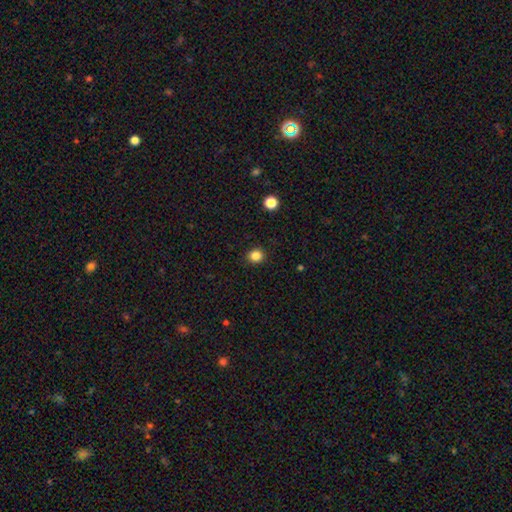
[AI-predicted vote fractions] smooth-or-featured: smooth: 84% | star or artifact: 12% | featured or disk: 4%
  how-rounded: round: 86% | in between: 13% | cigar-shaped: 1%
  merging: none: 91% | minor disturbance: 6% | major disturbance: 2% | merger: 1%